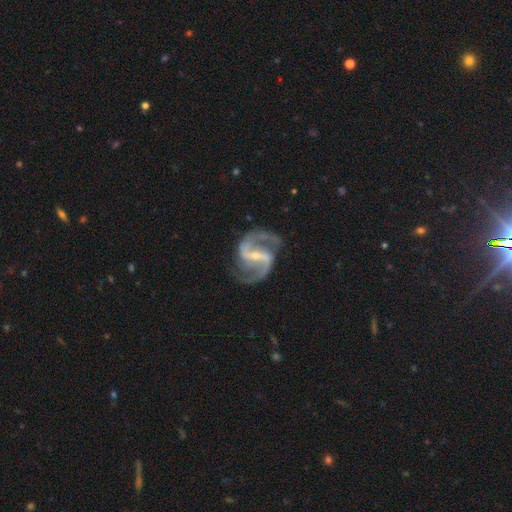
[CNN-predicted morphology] This appears to be a featured or disk galaxy (93%) with a strong bar (59%), 2 (93%) medium (58%) spiral arms (98%) and a small central bulge (70%). Merging: none (79%).